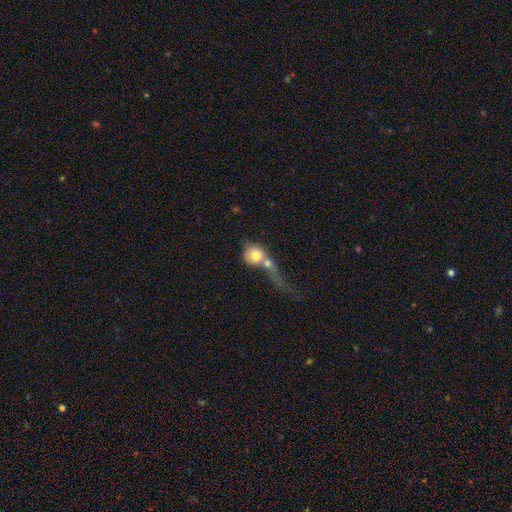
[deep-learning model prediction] Smooth or featured: smooth — 71% (featured or disk — 21%)
How rounded: round — 74% (in between — 22%)
Merging: merger — 66% (none — 14%)